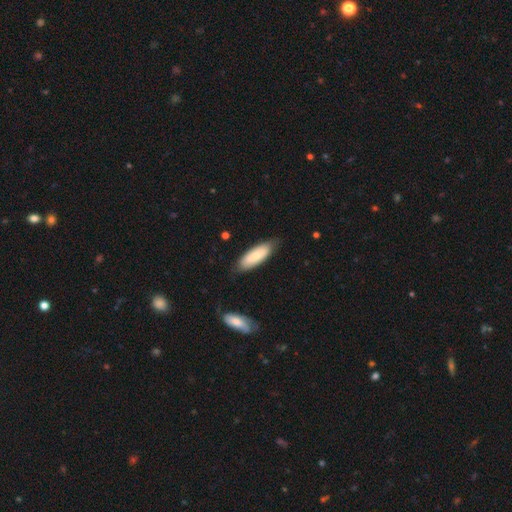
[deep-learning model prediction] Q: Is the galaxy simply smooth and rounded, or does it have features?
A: smooth — 77%.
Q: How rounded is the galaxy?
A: in between — 62%.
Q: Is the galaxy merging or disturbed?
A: none — 79%.